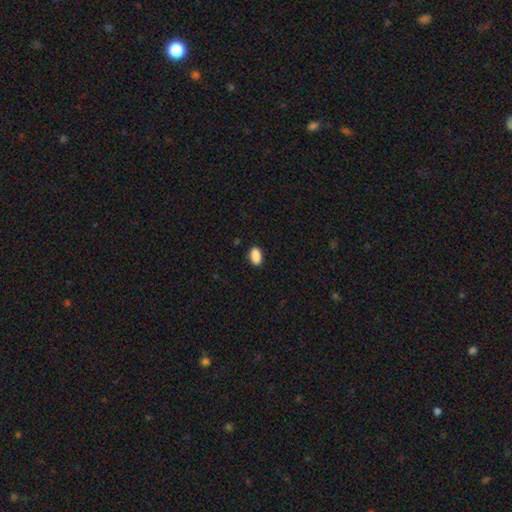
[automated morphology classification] This is clearly a smooth galaxy (90%). How rounded: clearly in between (91%). Merging: clearly none (88%).